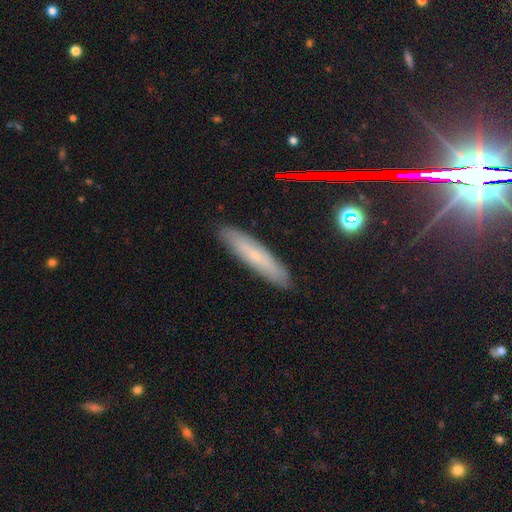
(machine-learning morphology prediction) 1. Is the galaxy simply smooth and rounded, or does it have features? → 57% smooth, 34% featured or disk, 10% star or artifact.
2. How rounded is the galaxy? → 85% cigar-shaped, 14% in between, 2% round.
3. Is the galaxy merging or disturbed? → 88% none, 9% minor disturbance, 2% major disturbance, 1% merger.